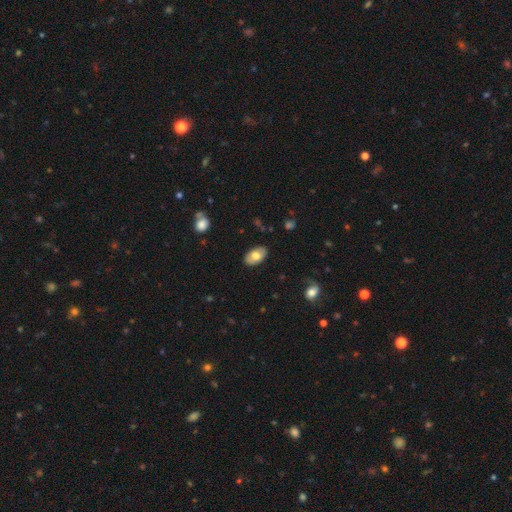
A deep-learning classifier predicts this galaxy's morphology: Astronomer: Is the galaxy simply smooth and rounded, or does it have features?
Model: smooth — 71%.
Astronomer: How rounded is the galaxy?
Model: in between — 93%.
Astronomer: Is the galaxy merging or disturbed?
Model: none — 85%.